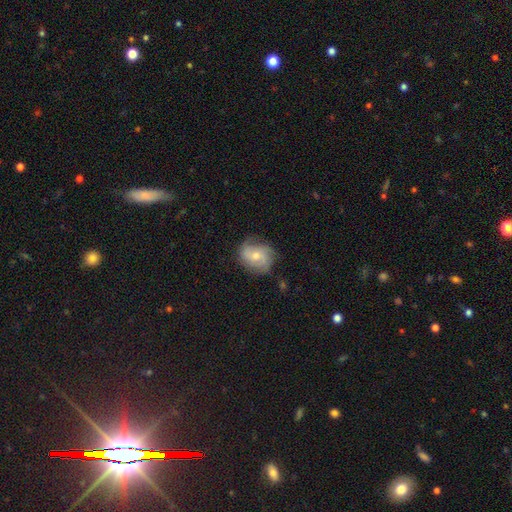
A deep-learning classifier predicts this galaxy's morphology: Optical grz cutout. It shows a featured or disk galaxy (57%) with no bar (66%), spiral arms (87%) and a moderate central bulge (60%). Merging: none (66%).